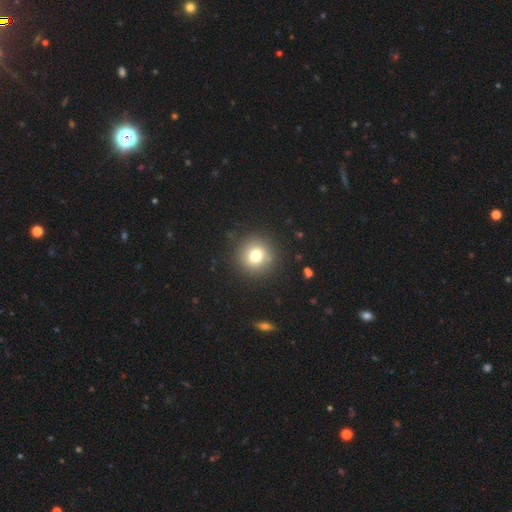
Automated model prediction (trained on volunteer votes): Smooth or featured? smooth (75%)
How rounded? round (92%)
Merging? none (87%)